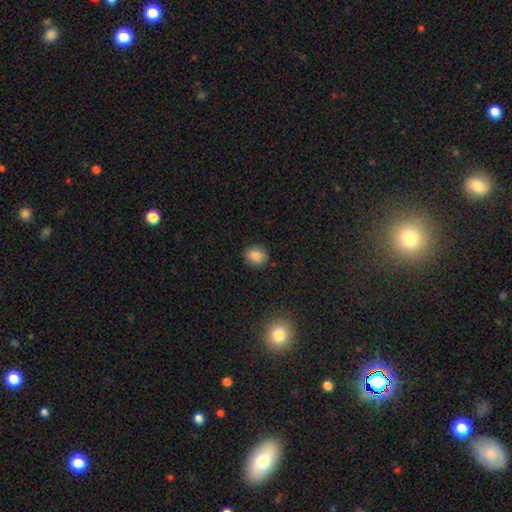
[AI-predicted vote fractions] Morphology: type=smooth (83%); roundness=round (78%); merging=none (89%).